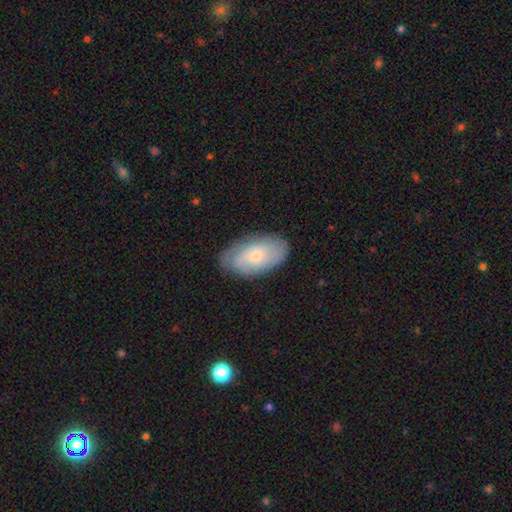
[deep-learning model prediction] Morphology: type=featured or disk (50%); edge-on=no (93%); merging=none (79%).